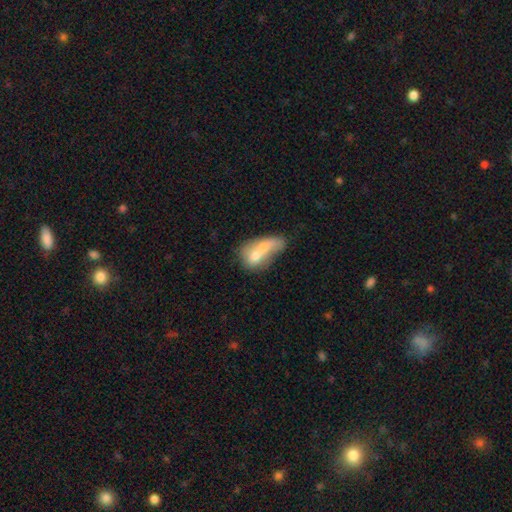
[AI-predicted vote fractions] smooth 60%, featured or disk 33%, star or artifact 8%. Down the decision tree: how rounded — in between (73%); merging — merger (70%).